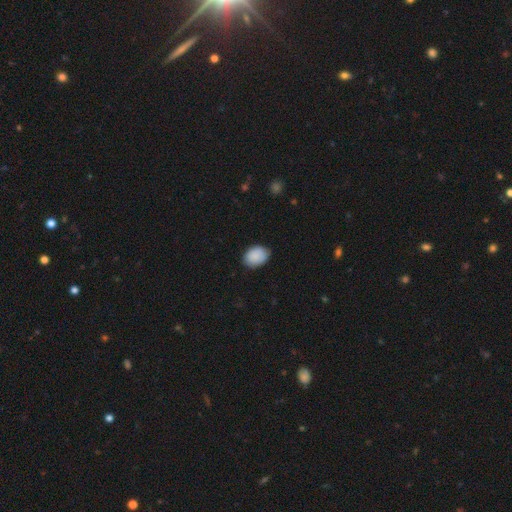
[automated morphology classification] type=smooth (89%); roundness=in between (72%); merging=none (77%).